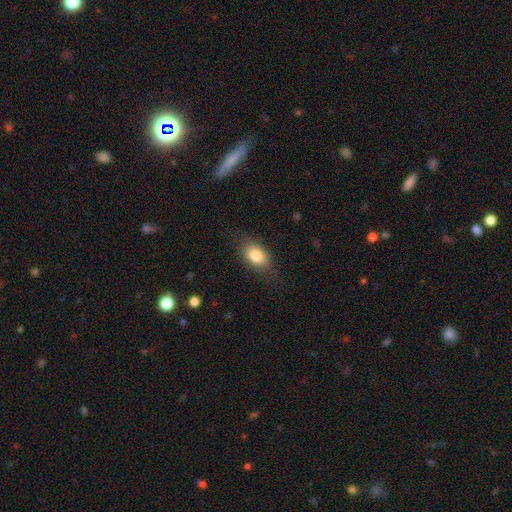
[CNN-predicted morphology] A smooth galaxy with no disk features (82%) that is in between round and cigar-shaped (81%). Merging: none (77%).